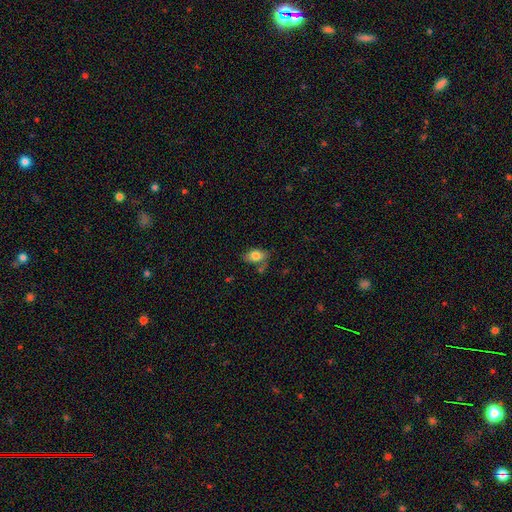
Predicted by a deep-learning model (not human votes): Smooth or featured?
  - smooth: 79% *
  - featured or disk: 13%
  - star or artifact: 8%
How rounded?
  - in between: 85% *
  - round: 12%
  - cigar-shaped: 3%
Merging?
  - none: 58% *
  - minor disturbance: 23%
  - merger: 12%
  - major disturbance: 7%